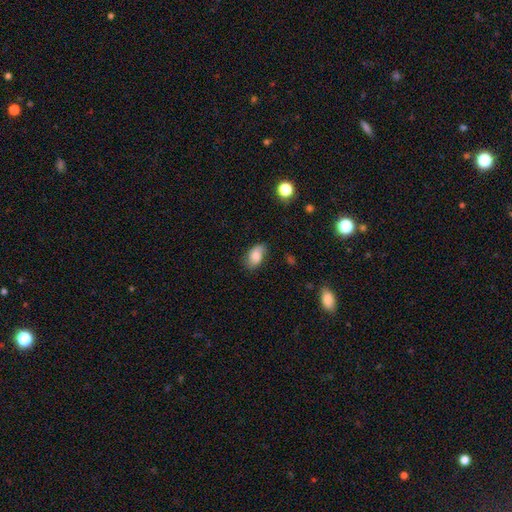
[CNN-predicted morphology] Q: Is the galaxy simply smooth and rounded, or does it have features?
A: smooth — 79%.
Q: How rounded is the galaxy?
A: in between — 92%.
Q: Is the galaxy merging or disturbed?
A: none — 71%.